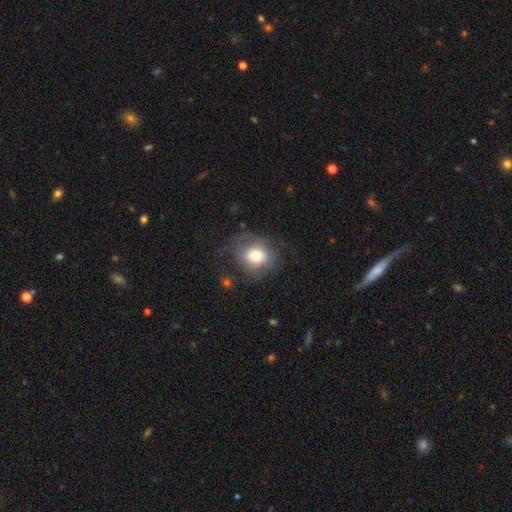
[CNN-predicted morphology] smooth-or-featured: smooth: 65% | featured or disk: 27% | star or artifact: 8%
  how-rounded: round: 62% | in between: 37% | cigar-shaped: 1%
  merging: none: 54% | minor disturbance: 24% | major disturbance: 21% | merger: 2%